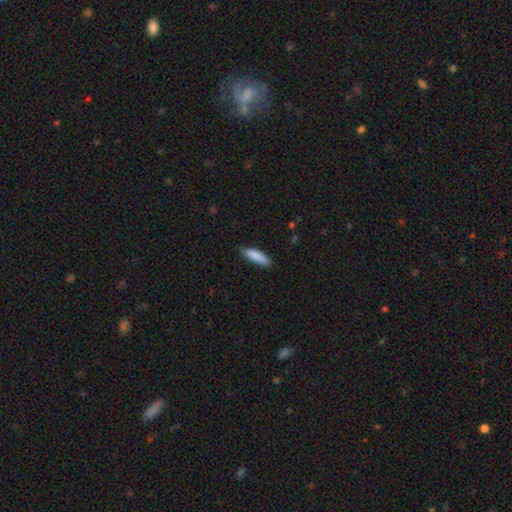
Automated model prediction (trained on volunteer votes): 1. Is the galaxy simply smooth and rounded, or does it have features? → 87% smooth, 7% featured or disk, 6% star or artifact.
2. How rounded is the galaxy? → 64% cigar-shaped, 35% in between, 1% round.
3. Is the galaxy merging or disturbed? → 79% none, 17% minor disturbance, 3% major disturbance, 1% merger.